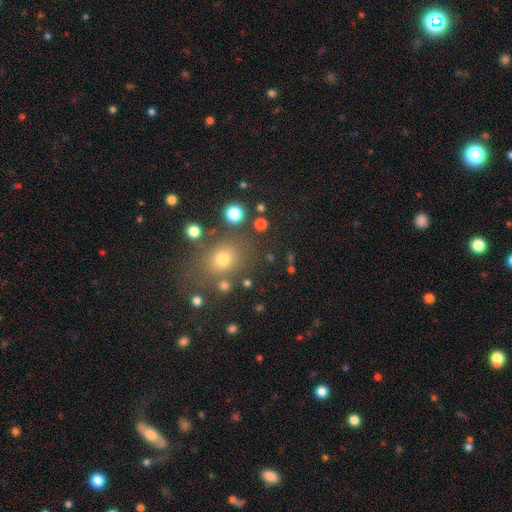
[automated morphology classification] Overall: smooth (50%; star or artifact 37%). How rounded: round (72%). Merging: none (77%).